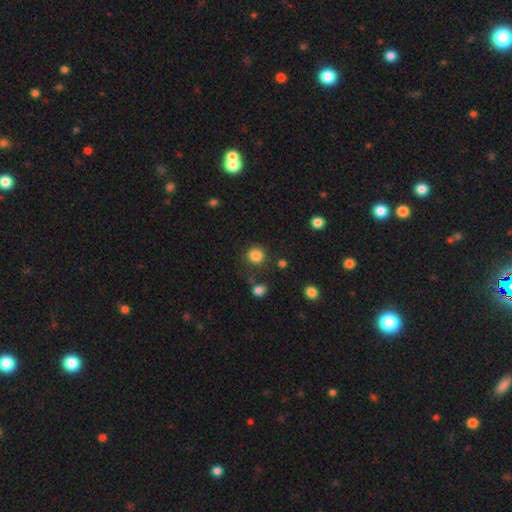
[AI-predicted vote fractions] This appears to be a smooth galaxy with no disk features (85%) that is round (90%). Merging: none (81%).